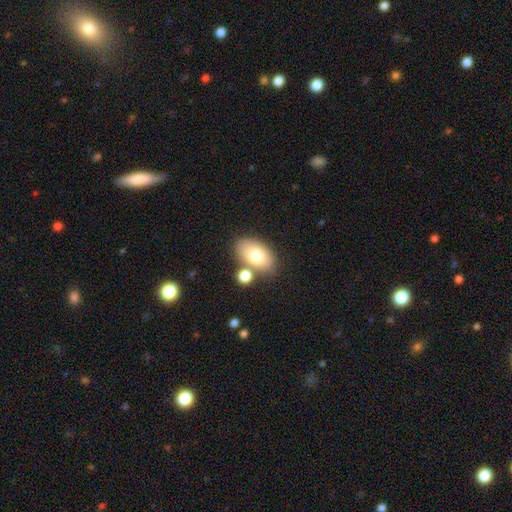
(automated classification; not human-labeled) A smooth galaxy with no disk features (77%) that is in between round and cigar-shaped (92%).

Vote fractions:
- Smooth or featured? smooth: 77% / featured or disk: 15% / star or artifact: 7%
- How rounded? in between: 92% / round: 6% / cigar-shaped: 1%
- Merging? none: 68% / merger: 16% / minor disturbance: 13% / major disturbance: 4%